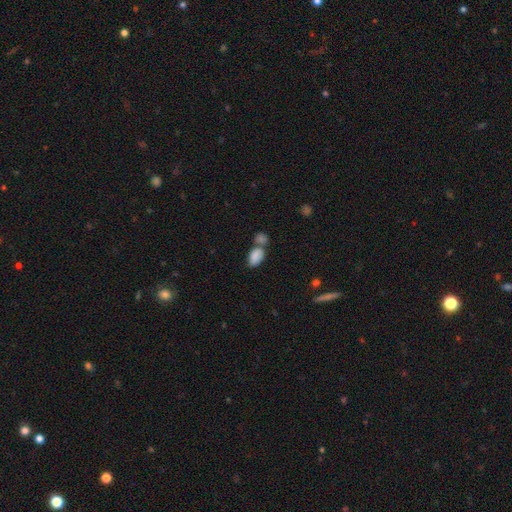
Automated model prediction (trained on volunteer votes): smooth-or-featured: smooth: 84% | featured or disk: 8% | star or artifact: 8%
  how-rounded: in between: 91% | round: 7% | cigar-shaped: 2%
  merging: merger: 45% | none: 37% | minor disturbance: 13% | major disturbance: 5%